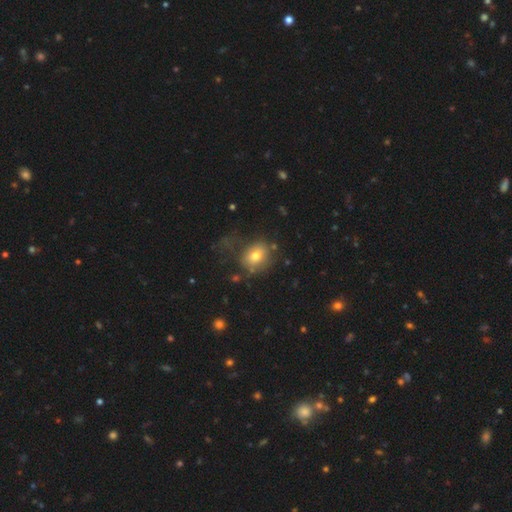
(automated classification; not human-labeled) Smooth or featured?
  - smooth: 72% *
  - featured or disk: 16%
  - star or artifact: 11%
How rounded?
  - round: 59% *
  - in between: 39%
  - cigar-shaped: 1%
Merging?
  - none: 53% *
  - minor disturbance: 23%
  - major disturbance: 20%
  - merger: 4%